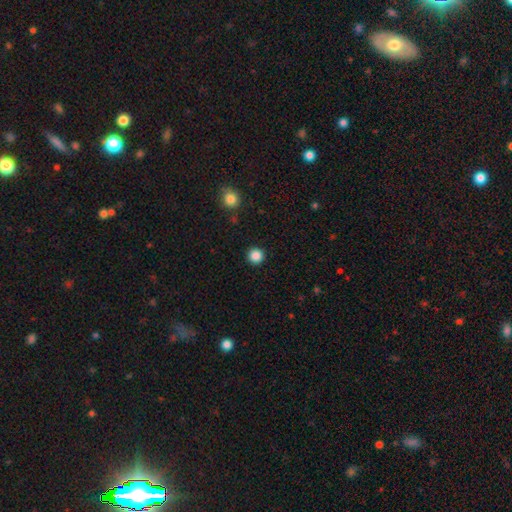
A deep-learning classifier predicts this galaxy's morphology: Overall: smooth (87%). How rounded: round (95%). Merging: none (92%).